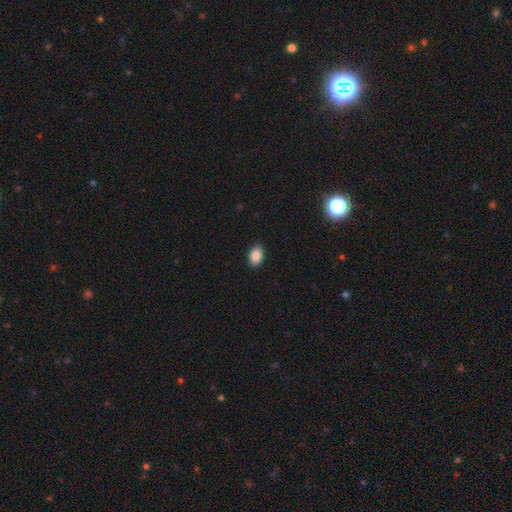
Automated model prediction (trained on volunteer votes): smooth_or_featured: smooth (p=0.88) [alt: star or artifact p=0.08]
how_rounded: in between (p=0.87) [alt: round p=0.12]
merging: none (p=0.89) [alt: minor disturbance p=0.08]